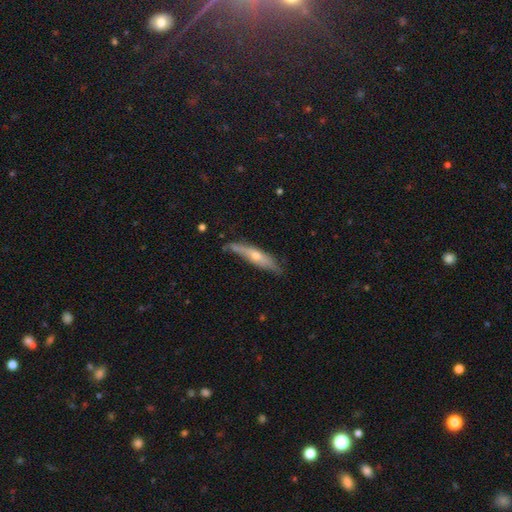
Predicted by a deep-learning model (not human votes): Smooth or featured? featured or disk (57%)
Edge-on disk? yes (85%)
Merging? none (69%)